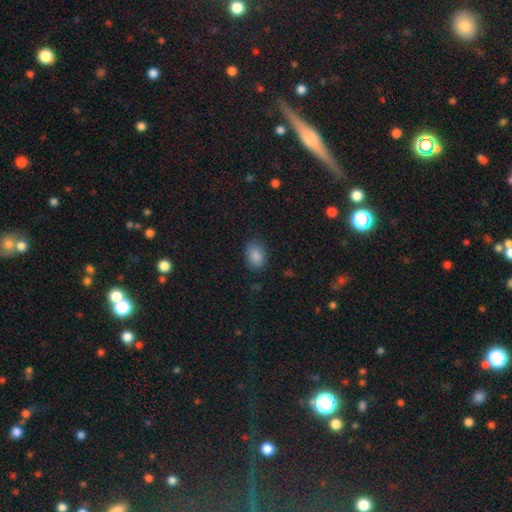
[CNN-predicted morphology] This appears to be a smooth galaxy with no disk features (87%) that is in between round and cigar-shaped (79%). Merging: none (79%).